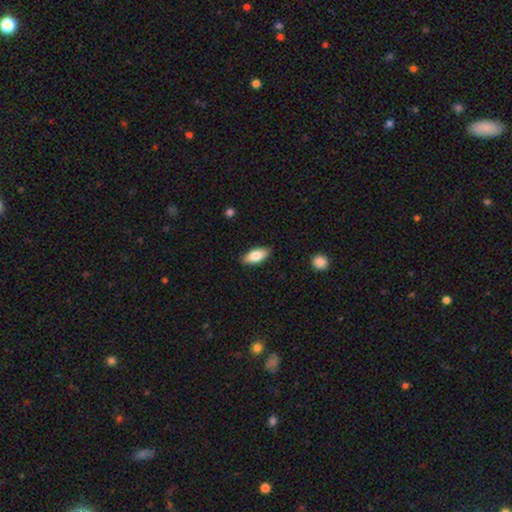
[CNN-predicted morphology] Smooth or featured? smooth (76%)
How rounded? in between (87%)
Merging? none (87%)